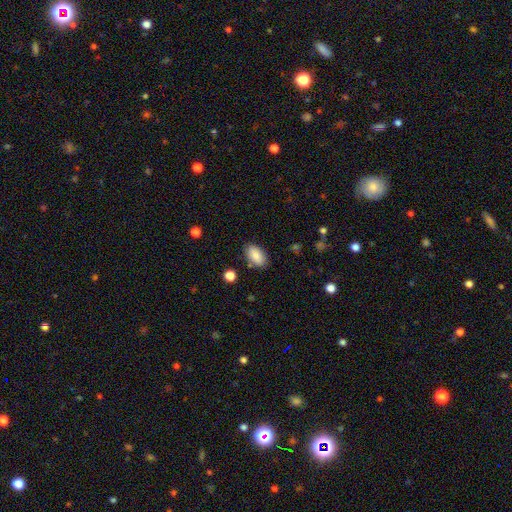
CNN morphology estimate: Overall: smooth (86%). How rounded: in between (93%). Merging: none (82%).